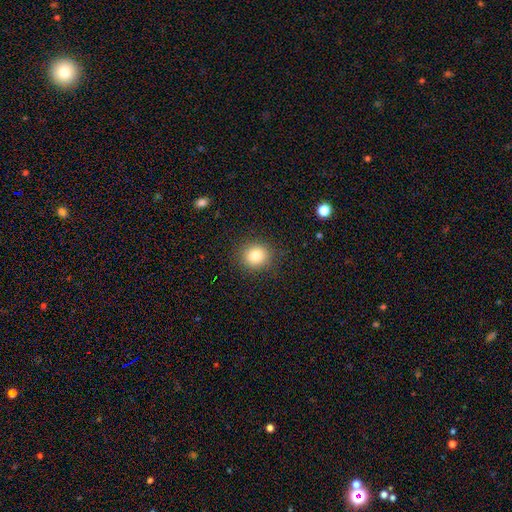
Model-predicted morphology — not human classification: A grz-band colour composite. It shows a smooth galaxy with no disk features (81%) that is round (87%). Merging: none (90%).